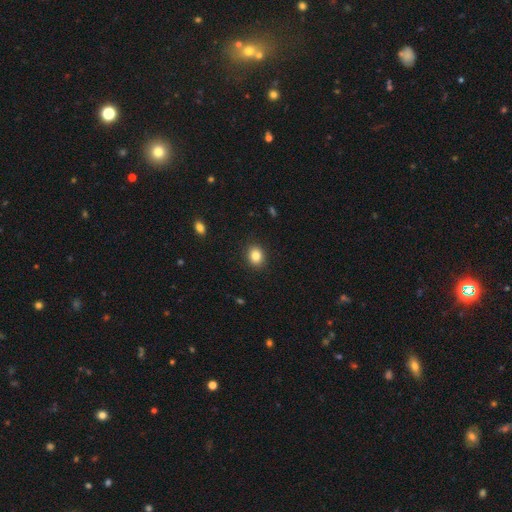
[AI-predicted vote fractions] Overall: smooth (84%). How rounded: round (63%; in between 36%). Merging: none (91%).